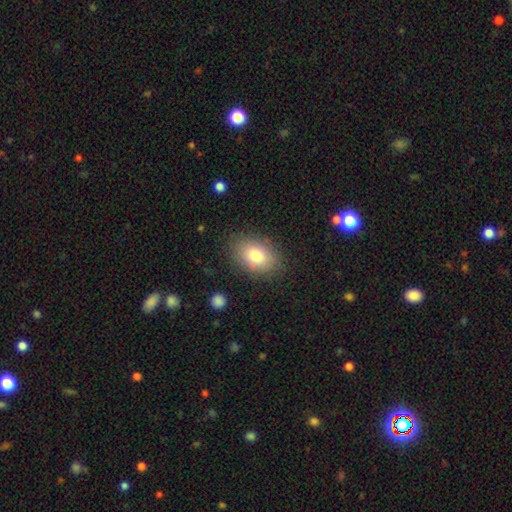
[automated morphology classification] This is likely a smooth galaxy (80%). How rounded: clearly in between (81%). Merging: clearly none (83%).